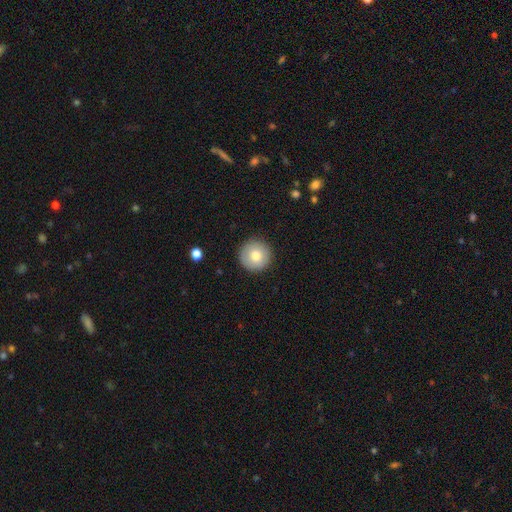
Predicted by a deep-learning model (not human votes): smooth-or-featured: smooth: 77% | featured or disk: 16% | star or artifact: 8%
  how-rounded: round: 96% | in between: 3% | cigar-shaped: 1%
  merging: none: 90% | minor disturbance: 7% | major disturbance: 2% | merger: 1%